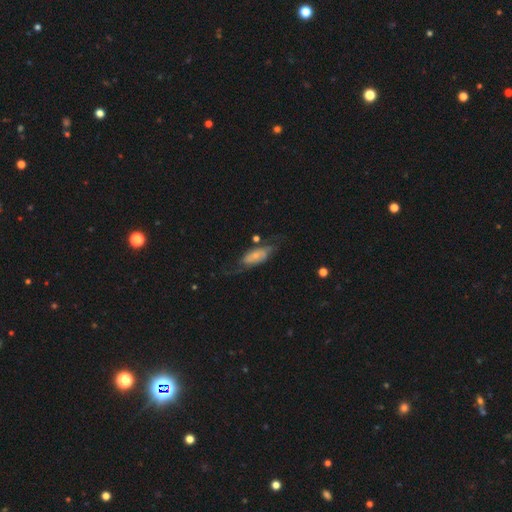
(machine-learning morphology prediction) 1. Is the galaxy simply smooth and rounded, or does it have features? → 57% featured or disk, 36% smooth, 7% star or artifact.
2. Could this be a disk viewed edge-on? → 87% no, 13% yes.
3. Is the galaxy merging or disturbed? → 48% none, 25% minor disturbance, 23% major disturbance, 4% merger.